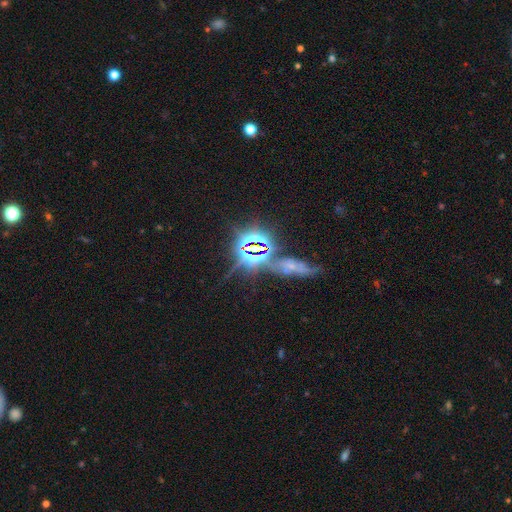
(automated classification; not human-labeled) Smooth or featured? star or artifact (61%)